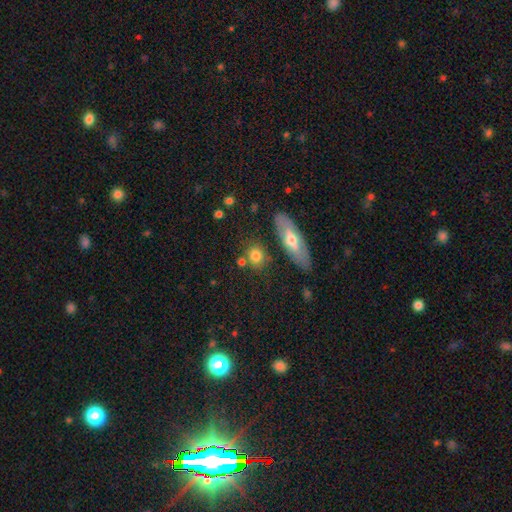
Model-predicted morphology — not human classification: The model was most divided on "how rounded": round: 67%, in between: 25%, cigar-shaped: 8%. More confident: smooth or featured — smooth (76%); merging — none (74%).